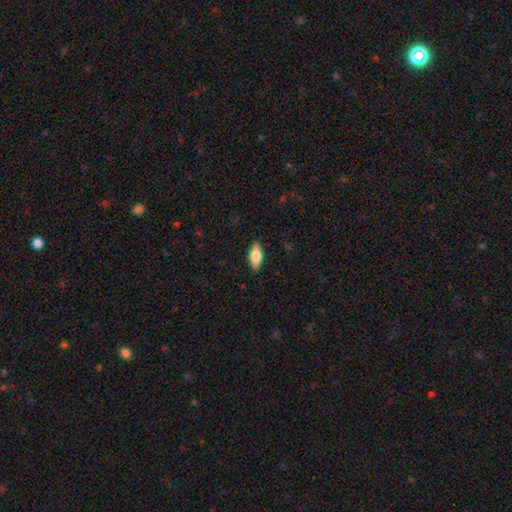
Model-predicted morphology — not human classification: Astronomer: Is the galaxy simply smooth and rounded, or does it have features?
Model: smooth — 67%.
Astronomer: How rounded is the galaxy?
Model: in between — 81%.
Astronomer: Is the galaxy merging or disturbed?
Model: none — 88%.